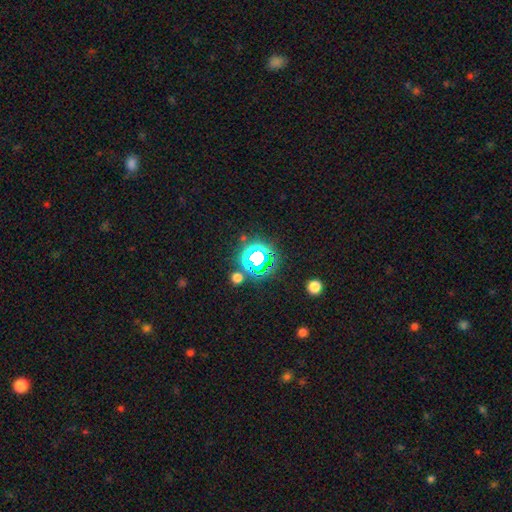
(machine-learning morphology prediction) type=star or artifact (73%).